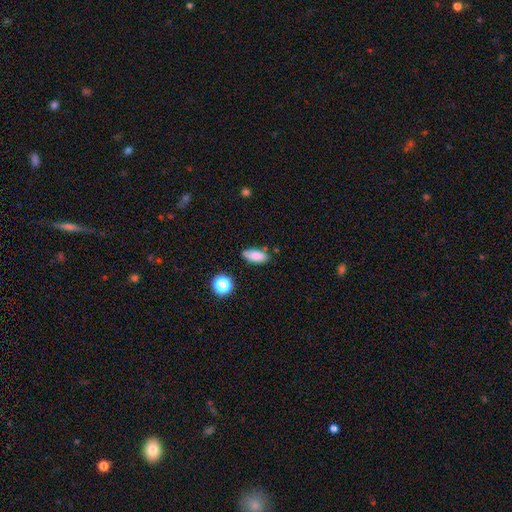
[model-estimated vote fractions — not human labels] This is clearly a smooth galaxy (84%). How rounded: clearly in between (83%). Merging: clearly none (80%).